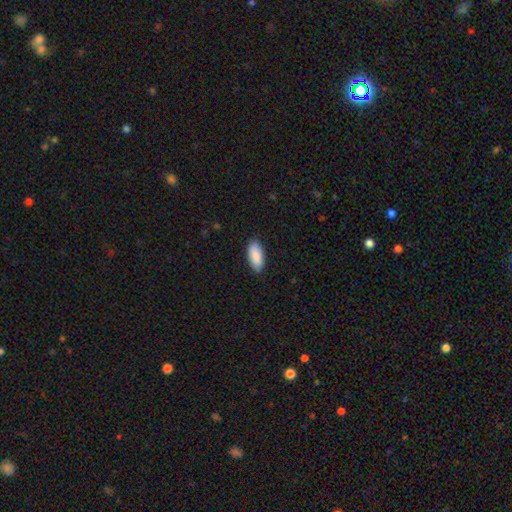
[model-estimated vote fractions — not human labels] Smooth or featured: smooth — 89% (featured or disk — 5%)
How rounded: in between — 87% (cigar-shaped — 11%)
Merging: none — 87% (minor disturbance — 10%)